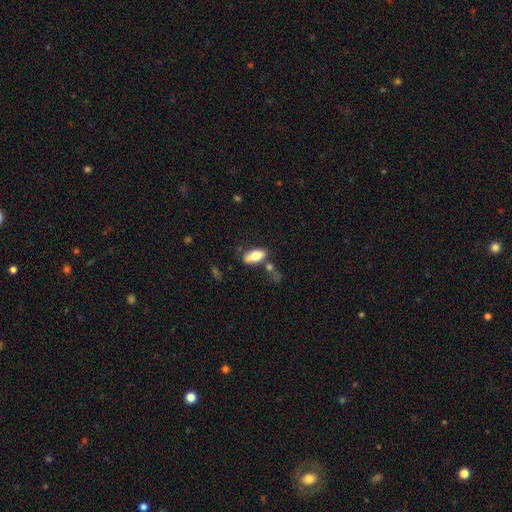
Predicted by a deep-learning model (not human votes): This appears to be a smooth galaxy with no disk features (73%) that is in between round and cigar-shaped (84%). Merging: none (59%).